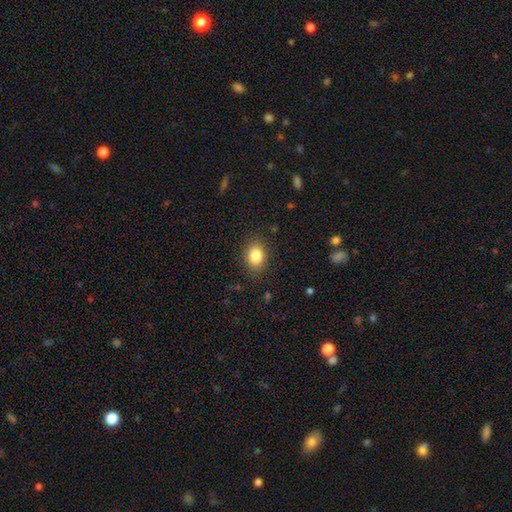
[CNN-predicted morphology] Smooth or featured?
  - smooth: 84% *
  - star or artifact: 9%
  - featured or disk: 6%
How rounded?
  - in between: 65% *
  - round: 34%
  - cigar-shaped: 1%
Merging?
  - none: 85% *
  - minor disturbance: 11%
  - major disturbance: 3%
  - merger: 1%